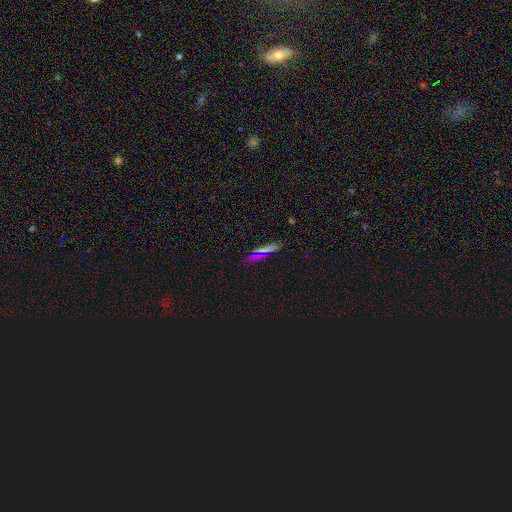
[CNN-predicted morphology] This appears to be a smooth galaxy with no disk features (62%) that is cigar-shaped (76%). Merging: none (88%).